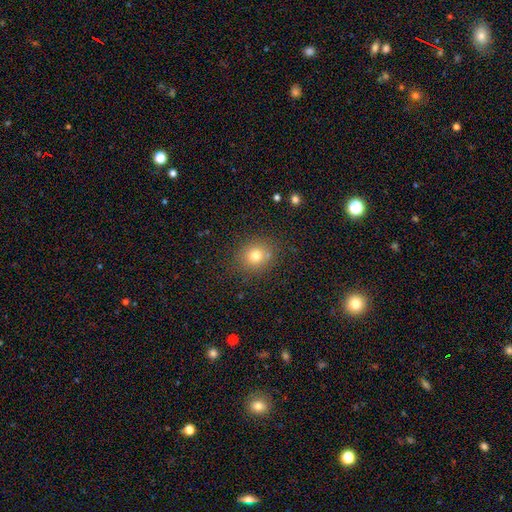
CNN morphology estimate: Smooth or featured? smooth (75%)
How rounded? round (82%)
Merging? none (82%)